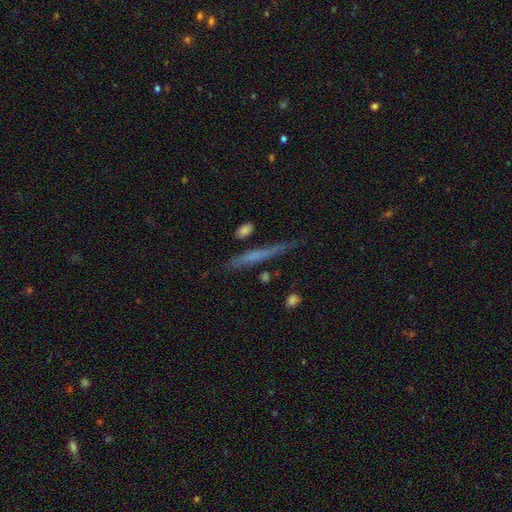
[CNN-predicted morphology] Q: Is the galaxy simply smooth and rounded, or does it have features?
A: smooth — 51%.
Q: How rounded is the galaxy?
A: cigar-shaped — 94%.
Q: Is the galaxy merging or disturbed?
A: none — 79%.